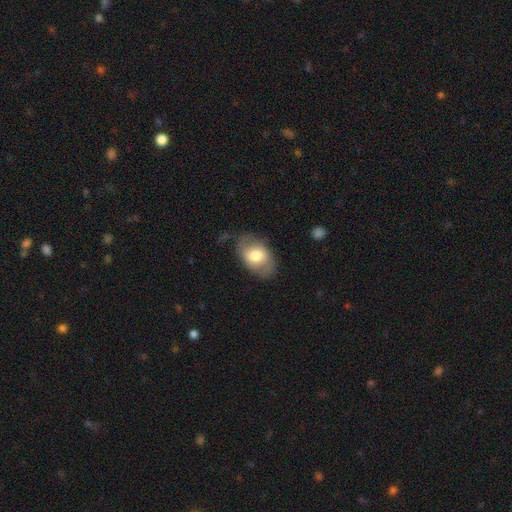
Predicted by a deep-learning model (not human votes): Smooth or featured?
  - smooth: 63% *
  - featured or disk: 30%
  - star or artifact: 6%
How rounded?
  - in between: 88% *
  - round: 11%
  - cigar-shaped: 1%
Merging?
  - none: 71% *
  - minor disturbance: 19%
  - major disturbance: 7%
  - merger: 2%